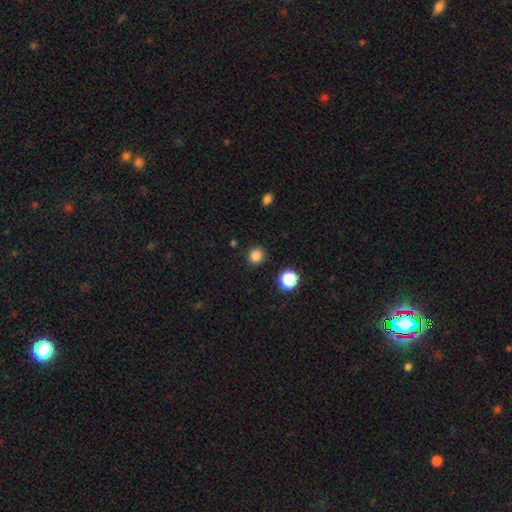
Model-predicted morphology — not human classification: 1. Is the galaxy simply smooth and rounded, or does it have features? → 84% smooth, 12% star or artifact, 3% featured or disk.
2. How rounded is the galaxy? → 77% round, 22% in between, 1% cigar-shaped.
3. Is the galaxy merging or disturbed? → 87% none, 8% minor disturbance, 3% major disturbance, 2% merger.